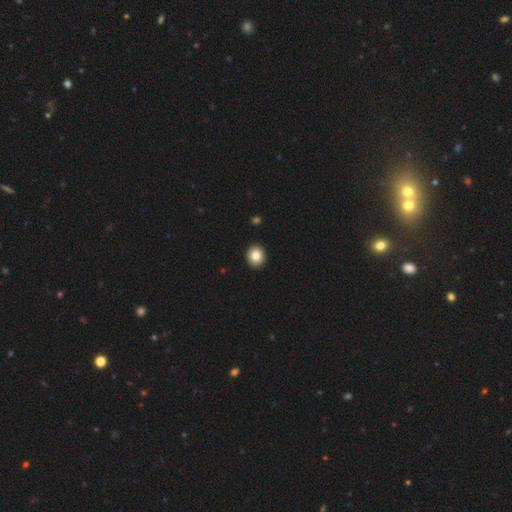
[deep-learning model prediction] This is clearly a smooth galaxy (84%). How rounded: clearly round (84%). Merging: clearly none (93%).